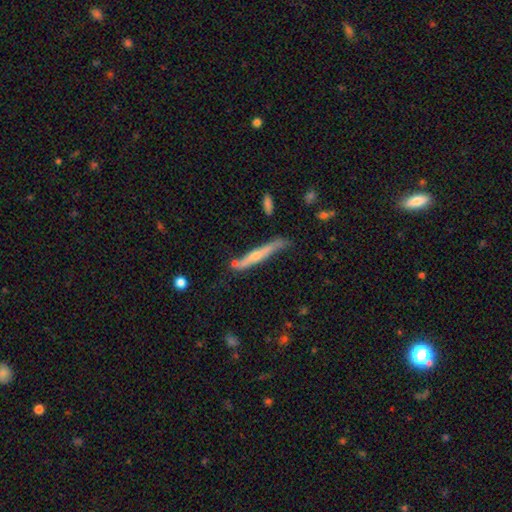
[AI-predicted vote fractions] Smooth or featured? Predicted: featured or disk (p=0.58). Edge-on disk? Predicted: yes (p=0.93). Edge-on bulge? Predicted: rounded (p=0.71). Merging? Predicted: none (p=0.66).